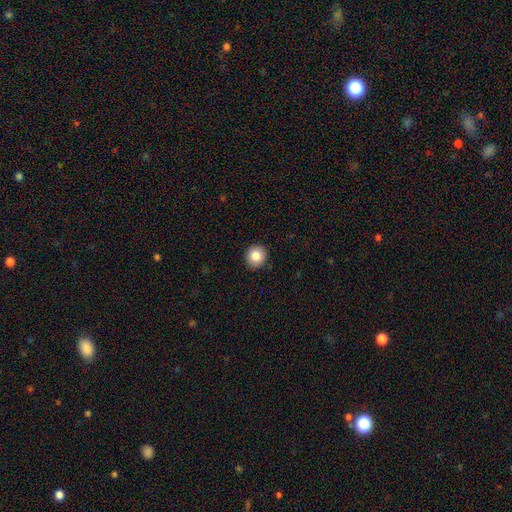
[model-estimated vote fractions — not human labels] A smooth galaxy with no disk features (85%) that is round (86%).

Vote fractions:
- Smooth or featured? smooth: 85% / star or artifact: 9% / featured or disk: 6%
- How rounded? round: 86% / in between: 13% / cigar-shaped: 1%
- Merging? none: 91% / minor disturbance: 6% / major disturbance: 2% / merger: 1%